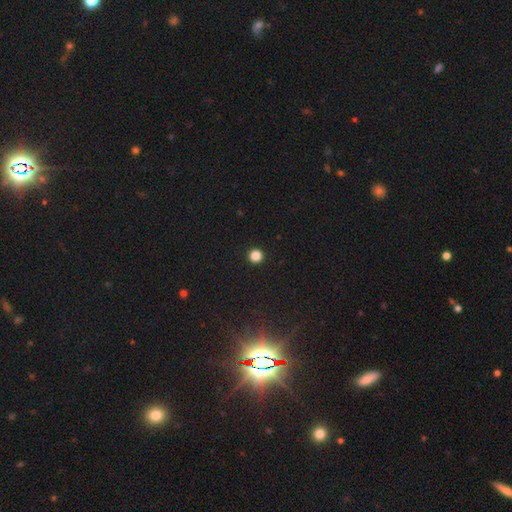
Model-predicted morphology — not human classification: Smooth or featured? smooth (85%)
How rounded? round (96%)
Merging? none (94%)